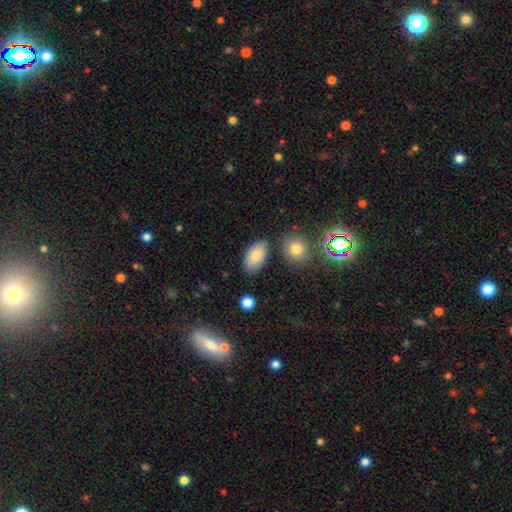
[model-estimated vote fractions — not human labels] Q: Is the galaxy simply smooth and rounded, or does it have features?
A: smooth — 79%.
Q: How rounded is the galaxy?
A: in between — 93%.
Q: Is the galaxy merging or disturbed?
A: none — 74%.